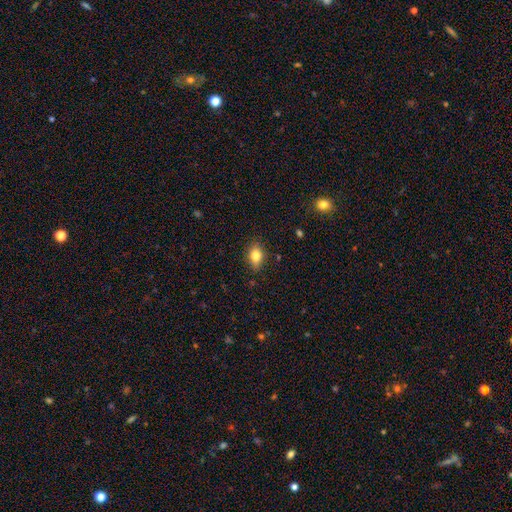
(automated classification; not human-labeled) Overall: smooth (81%). How rounded: in between (75%). Merging: none (80%).